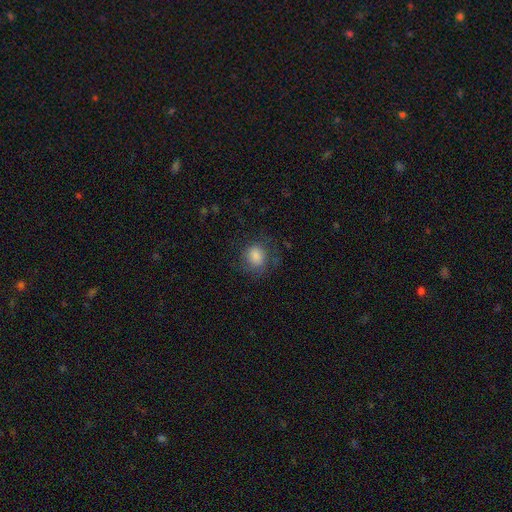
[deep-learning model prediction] Morphology: type=smooth (77%); roundness=round (65%); merging=none (68%).